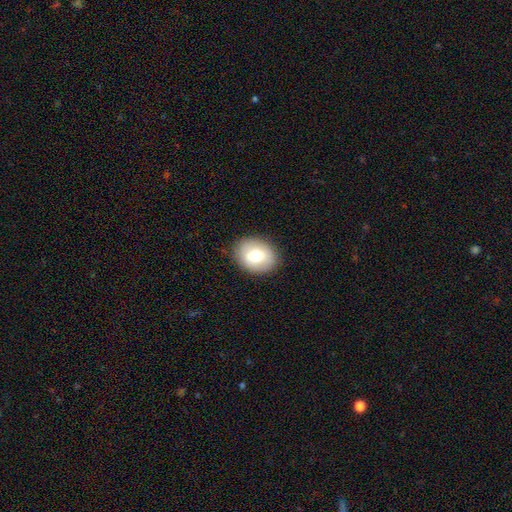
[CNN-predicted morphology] smooth 67%, featured or disk 25%, star or artifact 8%. Down the decision tree: how rounded — in between (53%); merging — none (87%).